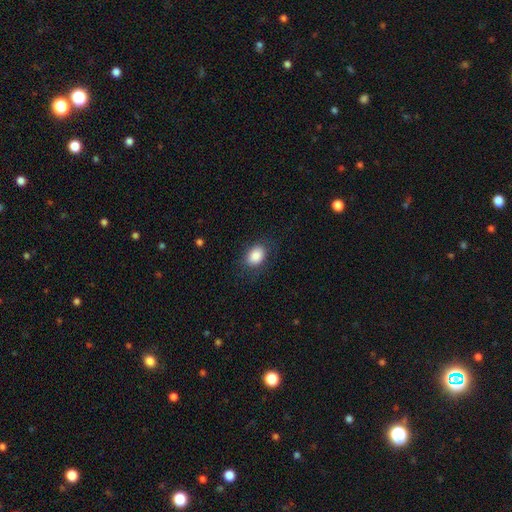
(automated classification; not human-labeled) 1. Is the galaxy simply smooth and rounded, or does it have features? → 87% smooth, 8% star or artifact, 5% featured or disk.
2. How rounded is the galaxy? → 73% in between, 26% round, 1% cigar-shaped.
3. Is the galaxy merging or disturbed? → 82% none, 13% minor disturbance, 4% major disturbance, 1% merger.